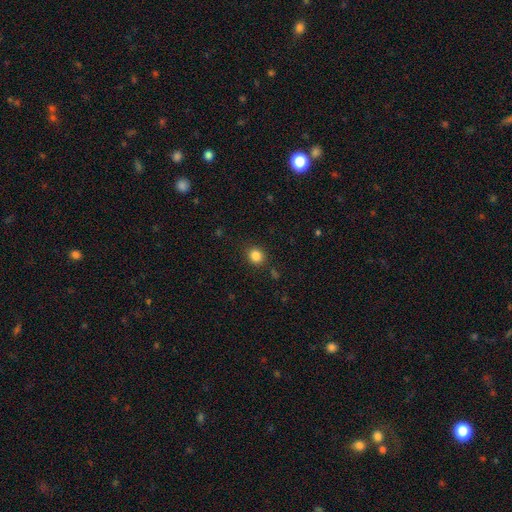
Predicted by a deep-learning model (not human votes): A smooth galaxy with no disk features (84%) that is round (78%). Merging: none (88%).